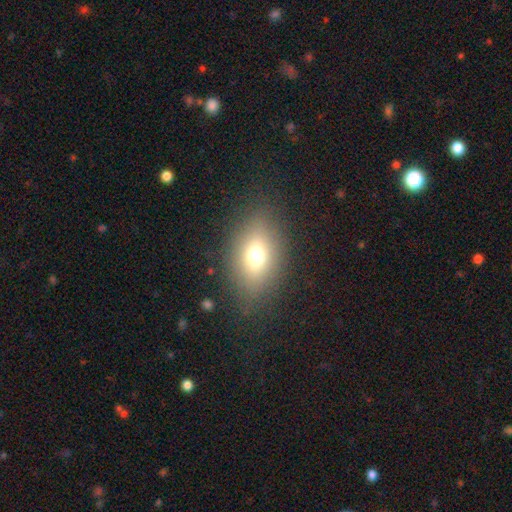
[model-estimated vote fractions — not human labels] Overall: smooth (69%). How rounded: in between (77%). Merging: none (80%).